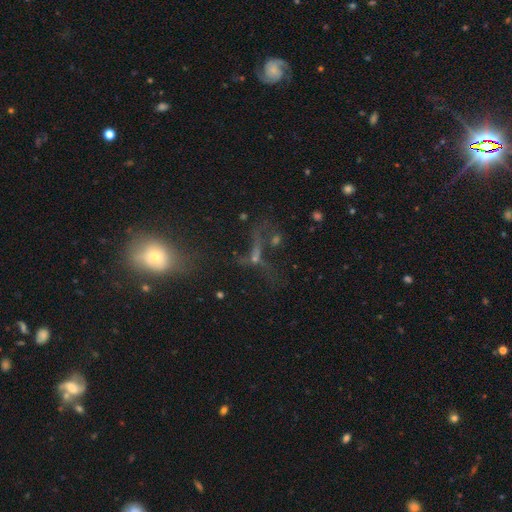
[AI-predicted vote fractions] Overall: star or artifact (38%; featured or disk 36%).